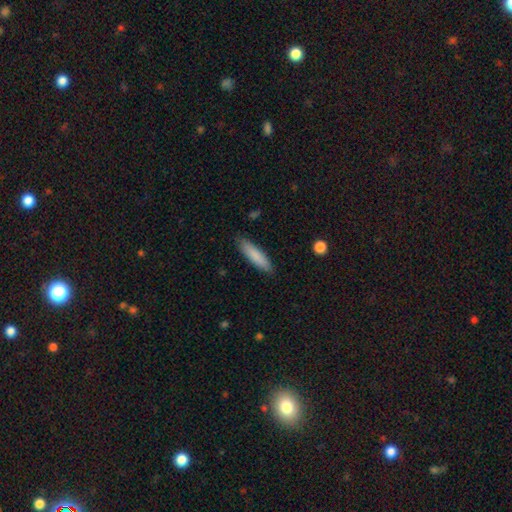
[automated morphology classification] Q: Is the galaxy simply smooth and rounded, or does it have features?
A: smooth — 84%.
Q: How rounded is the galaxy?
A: cigar-shaped — 75%.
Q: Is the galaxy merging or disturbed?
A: none — 88%.